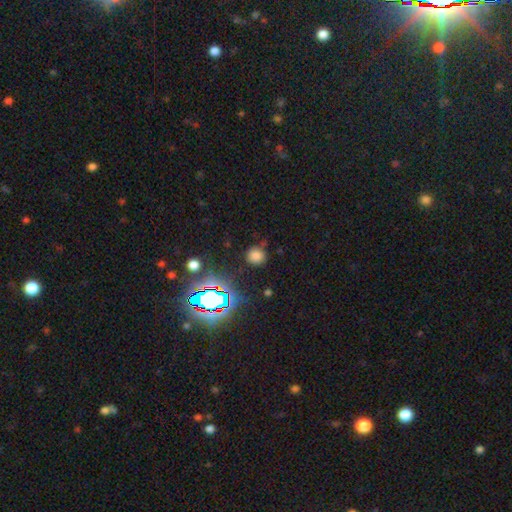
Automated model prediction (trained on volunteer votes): Smooth or featured?
  - smooth: 69% *
  - star or artifact: 25%
  - featured or disk: 7%
How rounded?
  - round: 87% *
  - in between: 12%
  - cigar-shaped: 1%
Merging?
  - none: 78% *
  - minor disturbance: 14%
  - major disturbance: 5%
  - merger: 3%